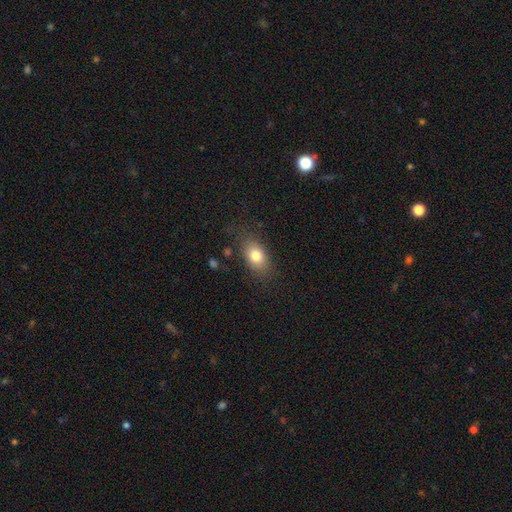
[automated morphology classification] Smooth or featured?
  - smooth: 79% *
  - featured or disk: 12%
  - star or artifact: 9%
How rounded?
  - in between: 81% *
  - round: 16%
  - cigar-shaped: 3%
Merging?
  - none: 76% *
  - minor disturbance: 16%
  - major disturbance: 6%
  - merger: 2%